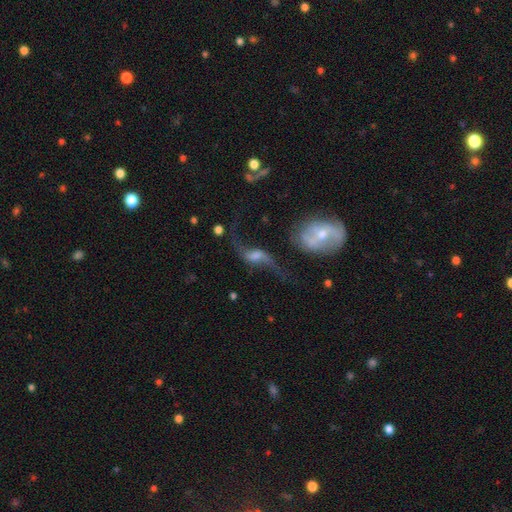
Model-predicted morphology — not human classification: This appears to be a featured or disk galaxy (80%) with a weak bar (45%), 2 (92%) loose (91%) spiral arms (92%) and a moderate central bulge (37%). Merging: none (52%).